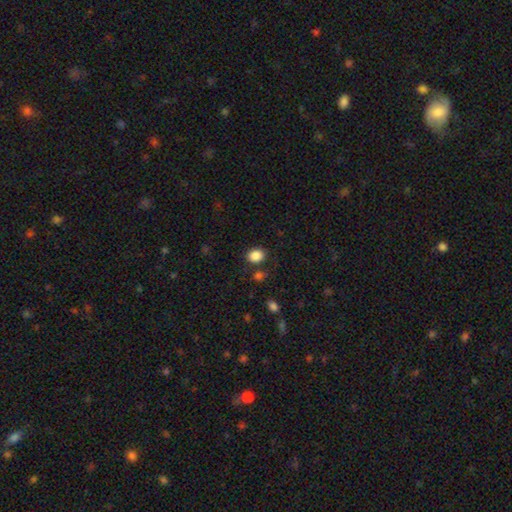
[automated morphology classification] Q: Smooth or featured?
A: smooth (86%); runner-up: star or artifact (10%)
Q: How rounded?
A: in between (50%); runner-up: round (49%)
Q: Merging?
A: none (81%); runner-up: minor disturbance (10%)